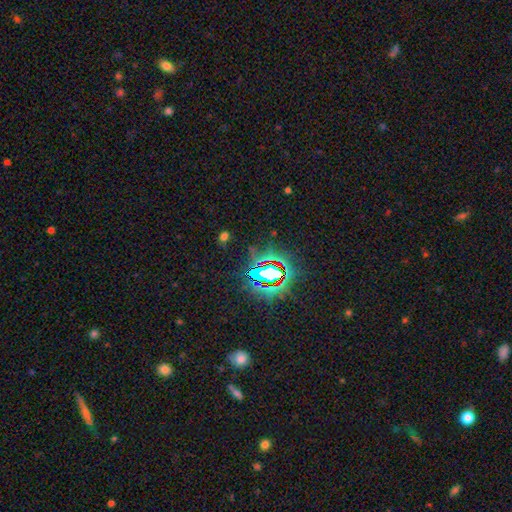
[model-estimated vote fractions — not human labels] Q: Smooth or featured?
A: star or artifact (80%); runner-up: smooth (11%)